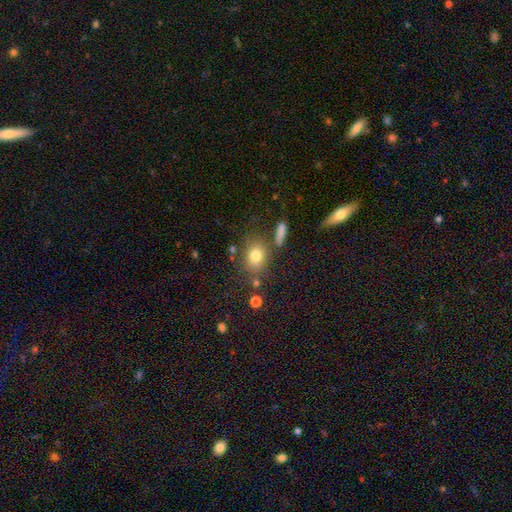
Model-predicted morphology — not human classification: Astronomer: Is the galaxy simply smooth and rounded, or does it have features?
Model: smooth — 78%.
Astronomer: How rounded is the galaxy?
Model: in between — 52% (runner-up: round, 47%).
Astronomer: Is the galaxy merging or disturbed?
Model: none — 71%.